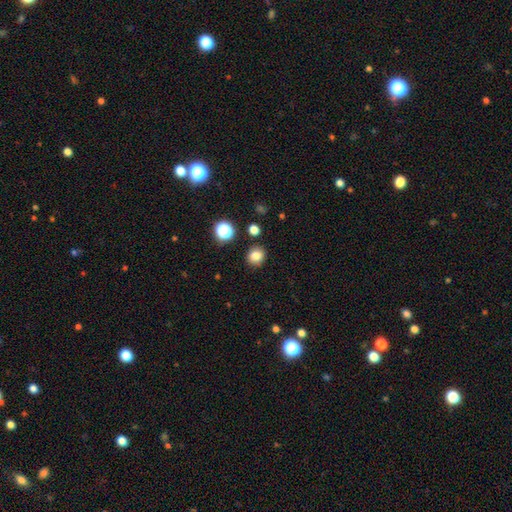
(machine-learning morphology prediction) A smooth galaxy with no disk features (81%) that is round (81%). Merging: none (87%).